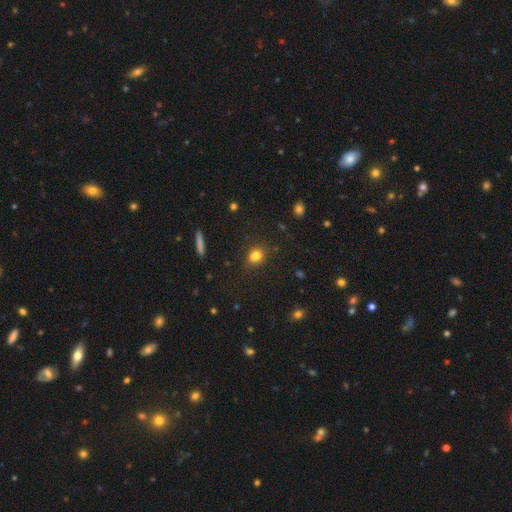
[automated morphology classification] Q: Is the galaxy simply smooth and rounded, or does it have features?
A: smooth — 80%.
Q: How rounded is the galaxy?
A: in between — 50%.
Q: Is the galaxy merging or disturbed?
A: none — 77%.